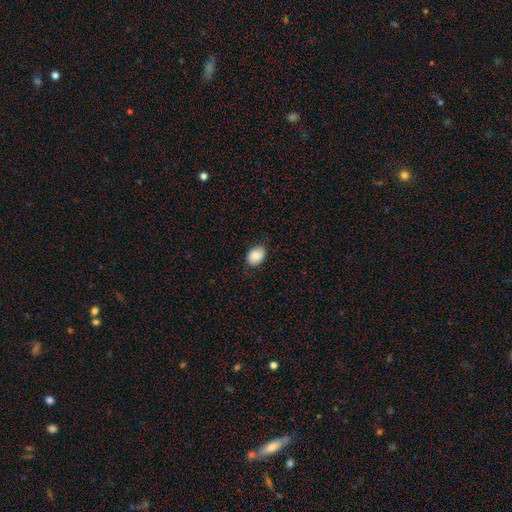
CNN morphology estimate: This is clearly a smooth galaxy (86%). How rounded: likely in between (71%). Merging: likely none (80%).